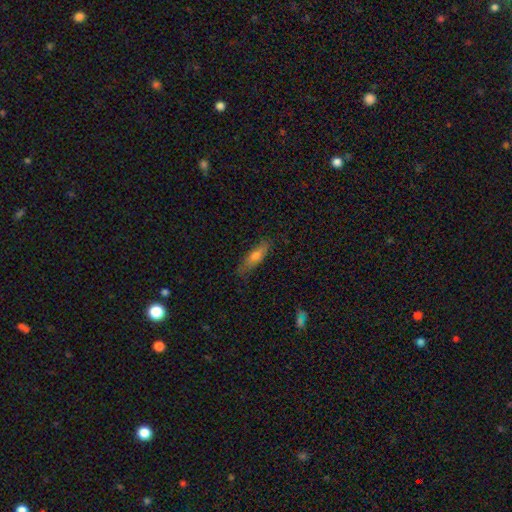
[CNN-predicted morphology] This appears to be a smooth galaxy with no disk features (61%) that is cigar-shaped (64%). Merging: none (78%).